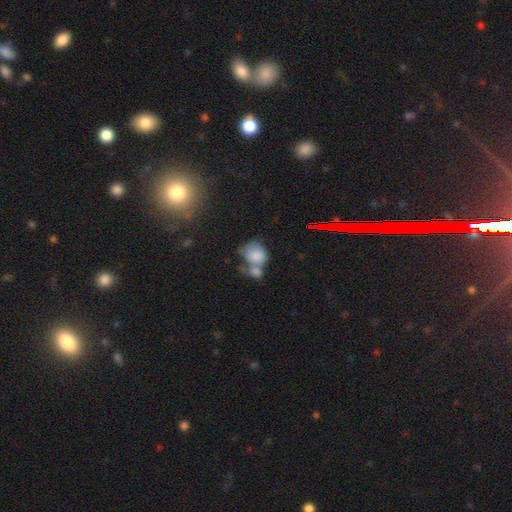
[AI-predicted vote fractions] Overall: smooth (76%). How rounded: round (58%; in between 41%). Merging: merger (59%; none 19%).